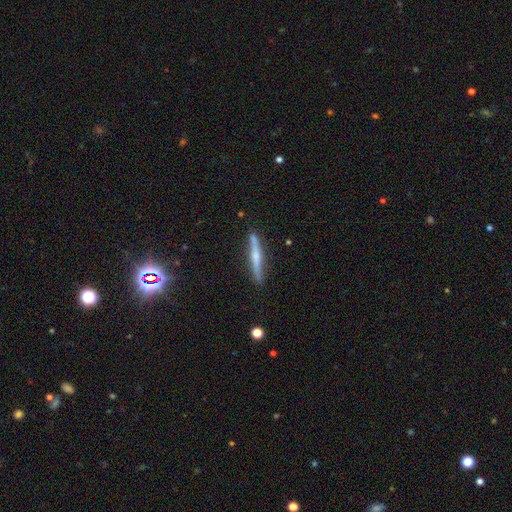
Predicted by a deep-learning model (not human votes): Smooth or featured? Predicted: featured or disk (p=0.55). Edge-on disk? Predicted: yes (p=0.96). Edge-on bulge? Predicted: rounded (p=0.59). Merging? Predicted: none (p=0.84).